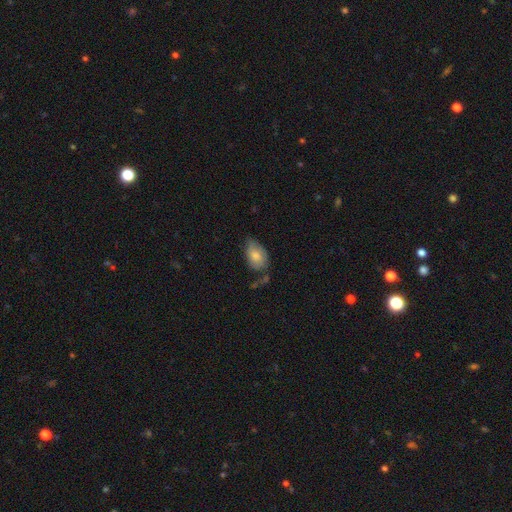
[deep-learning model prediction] Smooth or featured? Predicted: smooth (p=0.75). How rounded? Predicted: in between (p=0.88). Merging? Predicted: none (p=0.45).